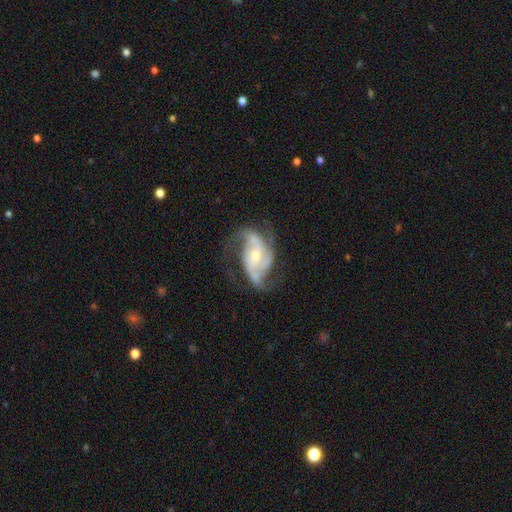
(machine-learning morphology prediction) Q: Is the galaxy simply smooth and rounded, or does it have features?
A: featured or disk — 89%.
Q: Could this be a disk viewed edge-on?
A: no — 97%.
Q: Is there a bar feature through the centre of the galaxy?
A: no — 43%.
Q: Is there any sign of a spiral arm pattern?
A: yes — 96%.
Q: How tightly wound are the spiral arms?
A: medium — 49%.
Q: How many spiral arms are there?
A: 3 — 46%.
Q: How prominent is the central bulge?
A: small — 50%.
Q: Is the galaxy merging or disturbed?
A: none — 60%.